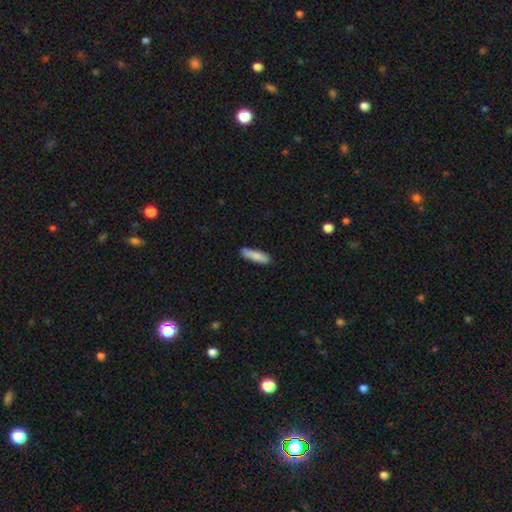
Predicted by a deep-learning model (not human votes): smooth 83%, featured or disk 11%, star or artifact 6%. Down the decision tree: how rounded — cigar-shaped (71%); merging — none (81%).